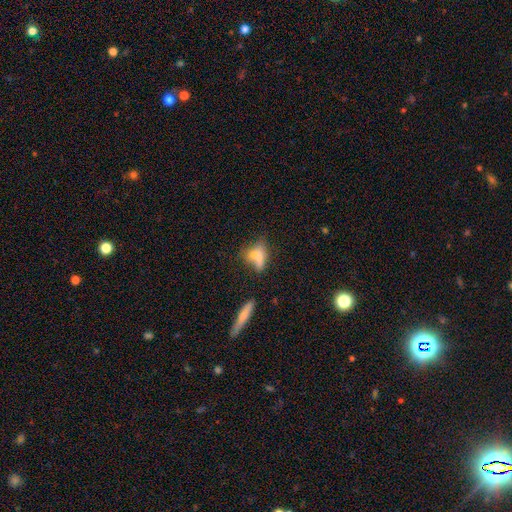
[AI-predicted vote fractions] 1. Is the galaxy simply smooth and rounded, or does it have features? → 66% smooth, 22% featured or disk, 13% star or artifact.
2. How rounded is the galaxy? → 57% in between, 29% round, 14% cigar-shaped.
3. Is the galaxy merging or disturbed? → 42% none, 27% merger, 18% minor disturbance, 13% major disturbance.